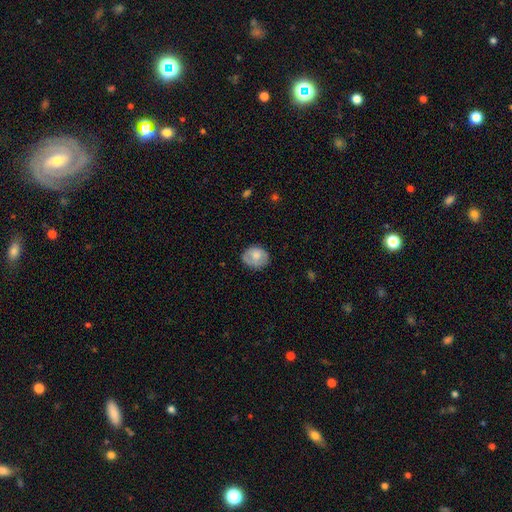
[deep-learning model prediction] A smooth galaxy with no disk features (71%) that is round (59%).

Vote fractions:
- Smooth or featured? smooth: 71% / featured or disk: 22% / star or artifact: 7%
- How rounded? round: 59% / in between: 41% / cigar-shaped: 1%
- Merging? none: 69% / minor disturbance: 23% / major disturbance: 6% / merger: 1%